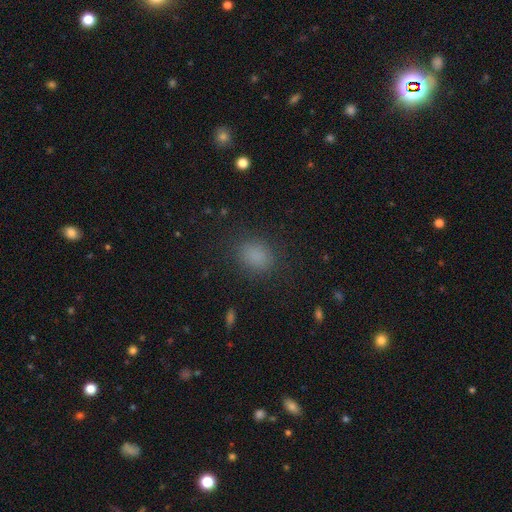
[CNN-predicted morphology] Overall: smooth (83%). How rounded: in between (55%; round 43%). Merging: none (84%).